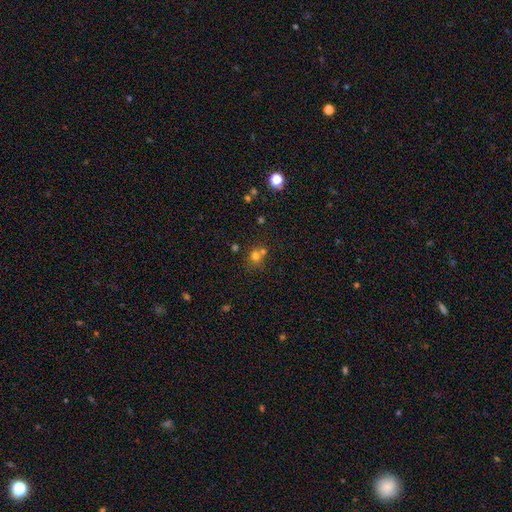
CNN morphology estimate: Smooth or featured? smooth (69%)
How rounded? round (83%)
Merging? none (49%)